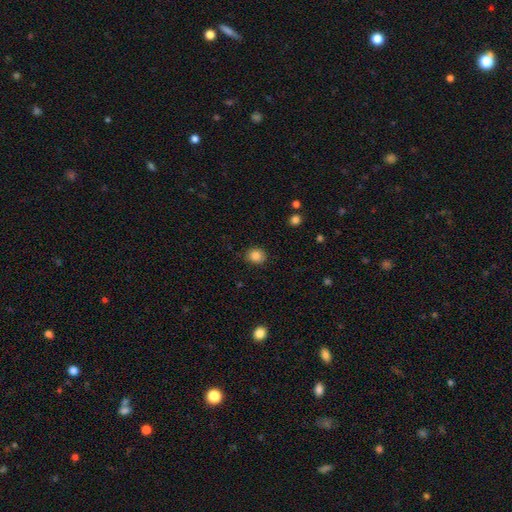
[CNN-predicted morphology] This is clearly a smooth galaxy (85%). How rounded: likely round (72%). Merging: clearly none (86%).